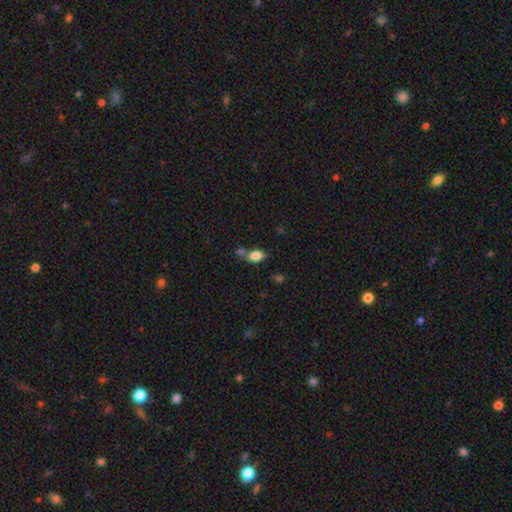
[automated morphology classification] A smooth galaxy with no disk features (83%) that is in between round and cigar-shaped (84%).

Vote fractions:
- Smooth or featured? smooth: 83% / star or artifact: 9% / featured or disk: 8%
- How rounded? in between: 84% / round: 14% / cigar-shaped: 2%
- Merging? none: 50% / merger: 30% / minor disturbance: 15% / major disturbance: 5%